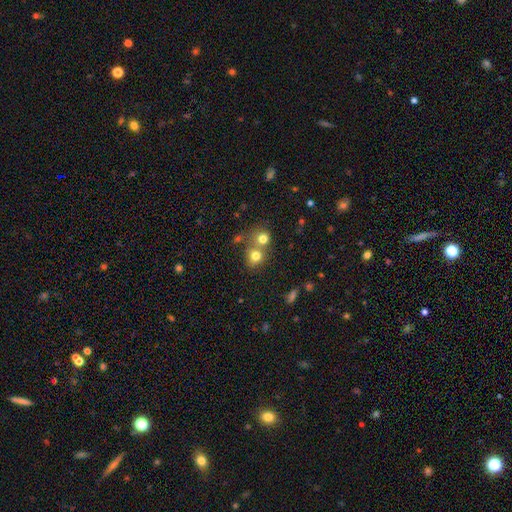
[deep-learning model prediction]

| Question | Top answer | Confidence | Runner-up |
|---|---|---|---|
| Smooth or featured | smooth | 75% | star or artifact (14%) |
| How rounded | round | 77% | in between (22%) |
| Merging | none | 45% | merger (44%) |